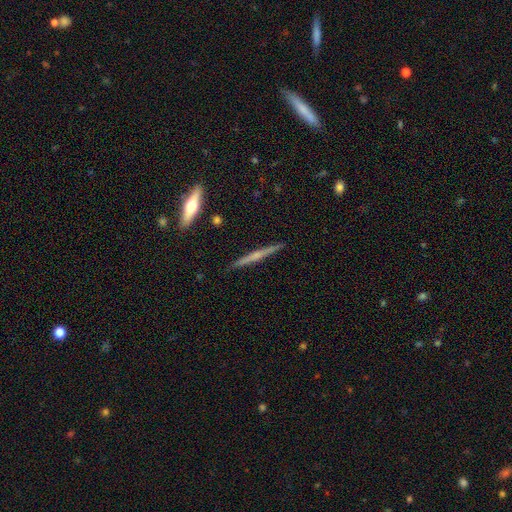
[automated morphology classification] featured or disk 65%, smooth 29%, star or artifact 6%. Down the decision tree: edge-on disk — yes (98%); edge-on bulge — rounded (62%); merging — none (90%).